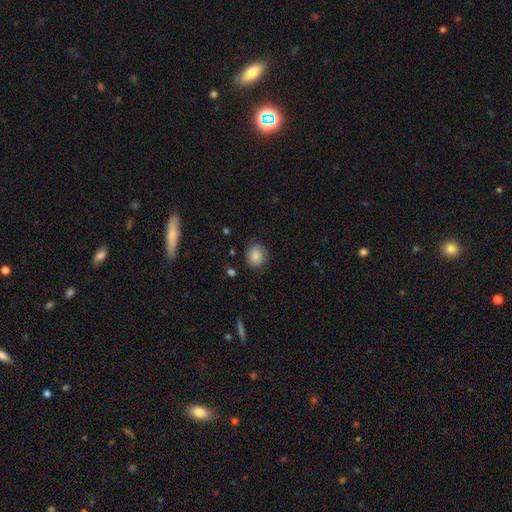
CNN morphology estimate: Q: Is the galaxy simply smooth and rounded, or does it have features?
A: smooth — 78%.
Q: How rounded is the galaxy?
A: round — 76%.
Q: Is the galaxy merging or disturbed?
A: none — 79%.